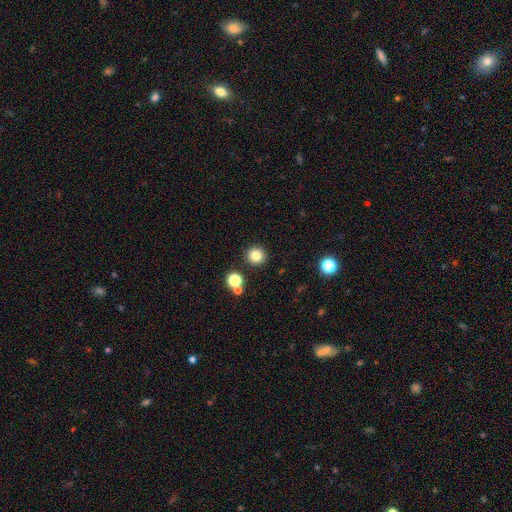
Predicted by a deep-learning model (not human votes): smooth 81%, star or artifact 13%, featured or disk 6%. Down the decision tree: how rounded — round (94%); merging — none (89%).